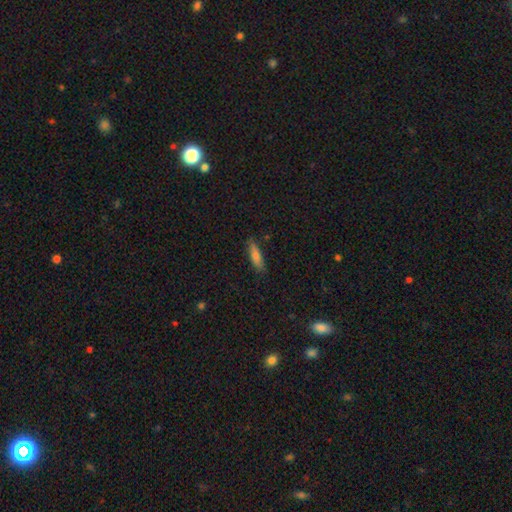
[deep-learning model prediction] Overall: smooth (70%). How rounded: cigar-shaped (72%). Merging: none (84%).